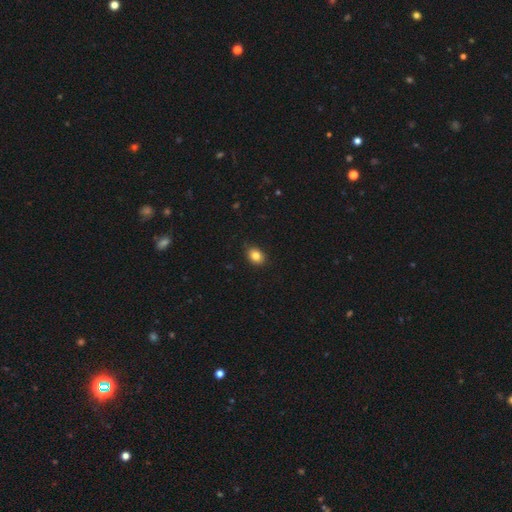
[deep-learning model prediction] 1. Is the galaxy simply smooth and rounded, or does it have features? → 84% smooth, 10% star or artifact, 7% featured or disk.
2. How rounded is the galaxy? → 66% in between, 33% round, 1% cigar-shaped.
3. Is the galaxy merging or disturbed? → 86% none, 11% minor disturbance, 2% major disturbance, 1% merger.